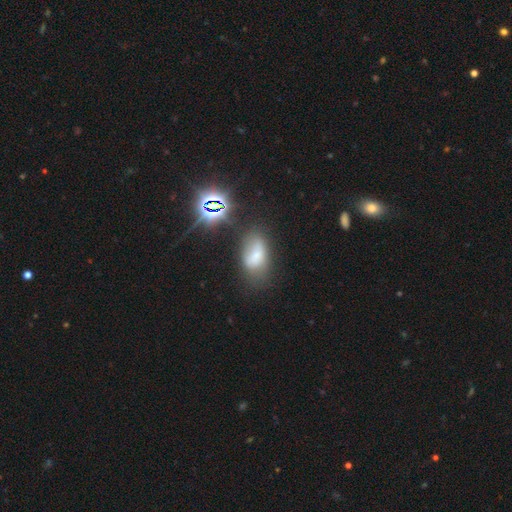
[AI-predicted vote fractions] smooth-or-featured: smooth: 61% | featured or disk: 22% | star or artifact: 17%
  how-rounded: in between: 89% | round: 8% | cigar-shaped: 3%
  merging: none: 47% | minor disturbance: 28% | major disturbance: 17% | merger: 8%